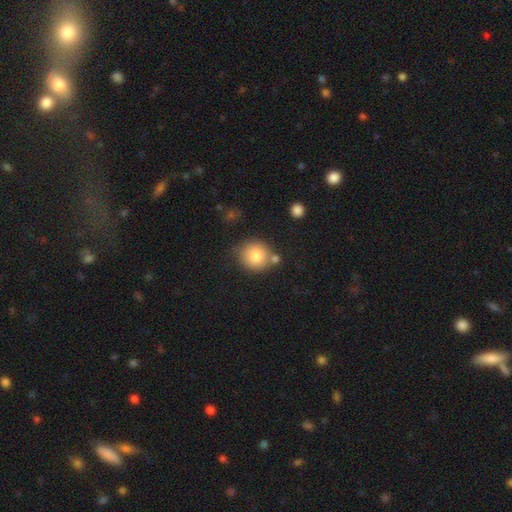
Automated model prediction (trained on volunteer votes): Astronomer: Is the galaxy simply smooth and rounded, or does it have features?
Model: smooth — 81%.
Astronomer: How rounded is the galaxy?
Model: round — 89%.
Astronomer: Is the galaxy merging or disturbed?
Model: none — 68%.